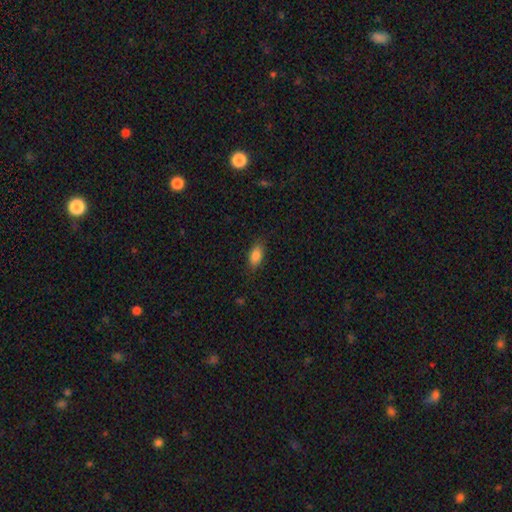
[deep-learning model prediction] Overall: smooth (84%). How rounded: in between (88%). Merging: none (83%).